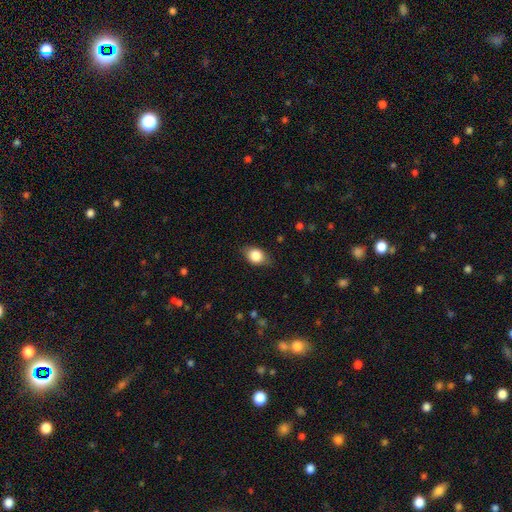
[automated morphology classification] Smooth or featured? smooth (81%)
How rounded? in between (73%)
Merging? none (78%)